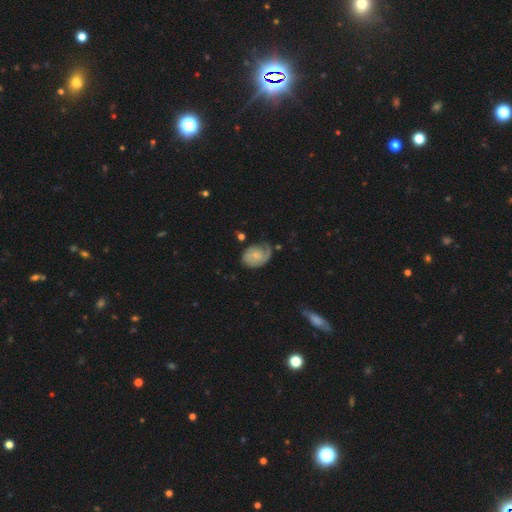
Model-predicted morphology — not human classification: This is likely a featured or disk galaxy (63%). It is clearly not viewed edge-on (97%). Bar: likely no (66%). Spiral arm pattern: clearly yes (89%). Spiral arm count: marginally 1 (37%, tied with 2). Spiral winding: marginally tight (43%). Central bulge: likely small (62%). Merging: possibly none (54%).